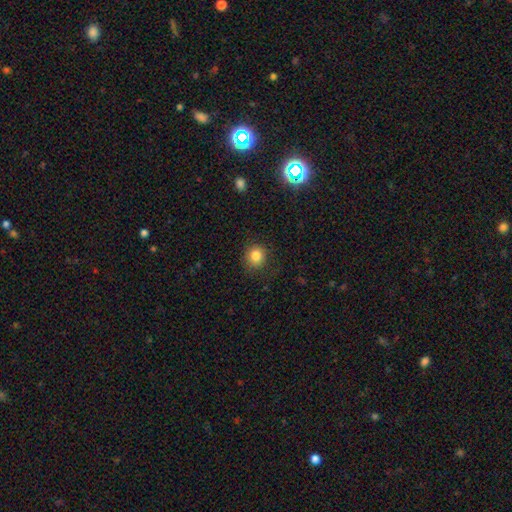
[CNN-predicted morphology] A smooth galaxy with no disk features (83%) that is round (85%). Merging: none (85%).